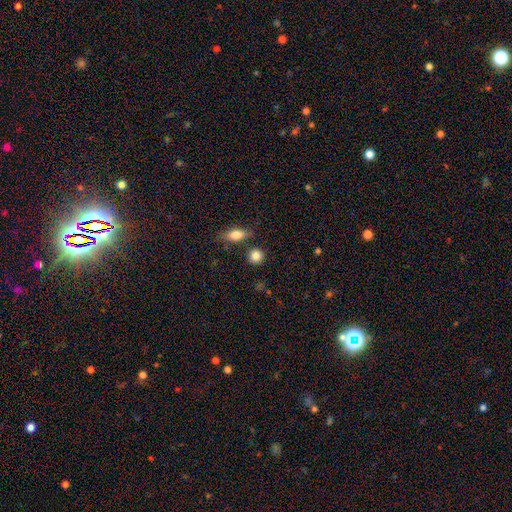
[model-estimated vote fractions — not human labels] This appears to be a smooth galaxy with no disk features (85%) that is round (85%). Merging: none (81%).